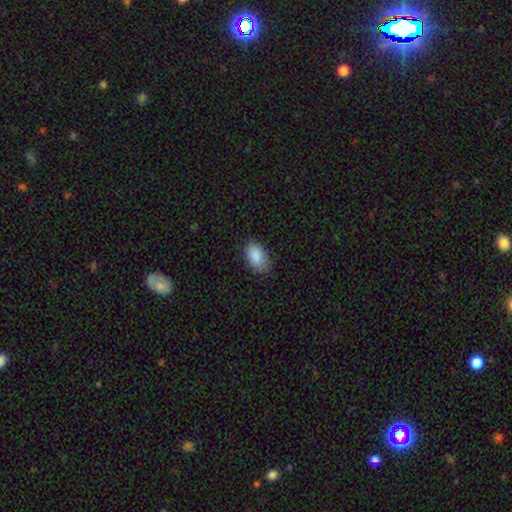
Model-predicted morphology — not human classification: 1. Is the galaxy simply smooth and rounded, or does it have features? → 89% smooth, 7% star or artifact, 4% featured or disk.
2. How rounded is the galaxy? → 93% in between, 6% round, 1% cigar-shaped.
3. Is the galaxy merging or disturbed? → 79% none, 17% minor disturbance, 3% major disturbance, 1% merger.